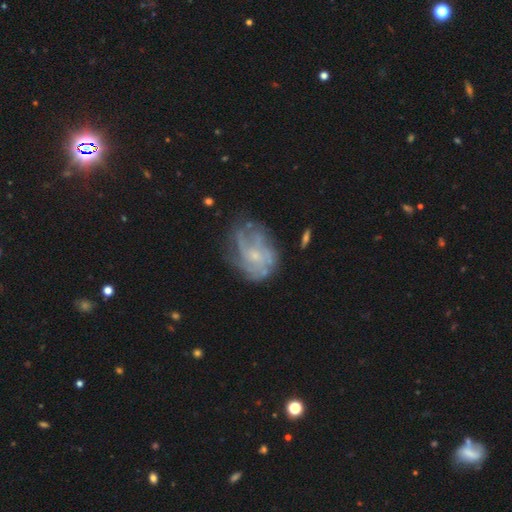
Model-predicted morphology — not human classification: Smooth or featured? Predicted: featured or disk (p=0.72). Edge-on disk? Predicted: no (p=0.97). Bar? Predicted: no (p=0.75). Spiral arms? Predicted: yes (p=0.72). Spiral winding? Predicted: tight (p=0.38). Spiral arm count? Predicted: can't tell (p=0.50). Bulge size? Predicted: small (p=0.65). Merging? Predicted: none (p=0.52).